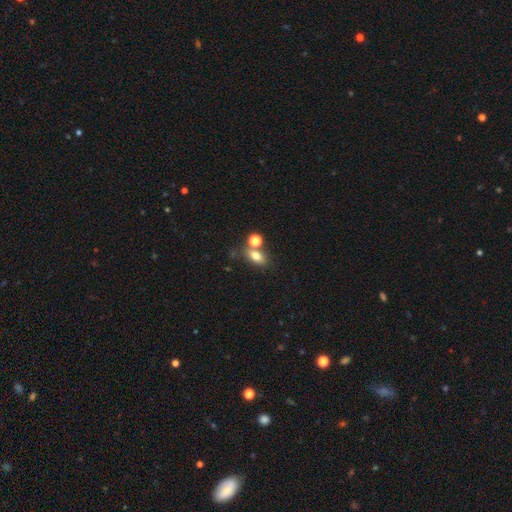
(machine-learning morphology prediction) Overall: smooth (74%). How rounded: in between (75%). Merging: none (56%; merger 27%).